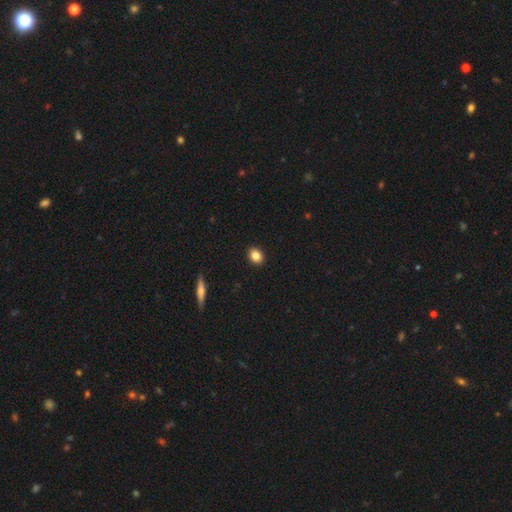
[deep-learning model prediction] smooth_or_featured: smooth (p=0.84) [alt: star or artifact p=0.09]
how_rounded: in between (p=0.51) [alt: round p=0.47]
merging: none (p=0.91) [alt: minor disturbance p=0.06]